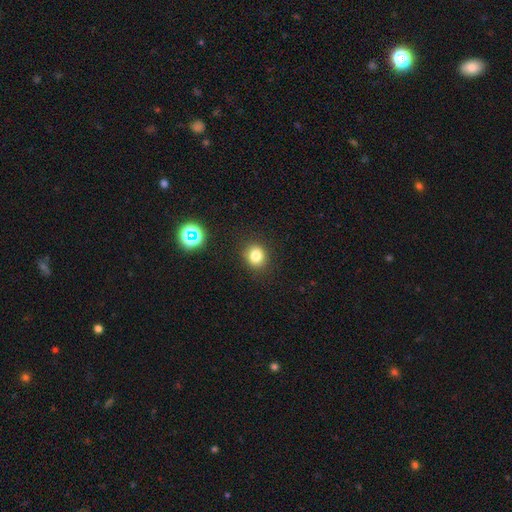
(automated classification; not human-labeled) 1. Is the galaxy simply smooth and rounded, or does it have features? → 79% smooth, 14% star or artifact, 7% featured or disk.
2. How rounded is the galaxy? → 75% round, 24% in between, 1% cigar-shaped.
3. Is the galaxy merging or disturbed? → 88% none, 8% minor disturbance, 2% major disturbance, 2% merger.